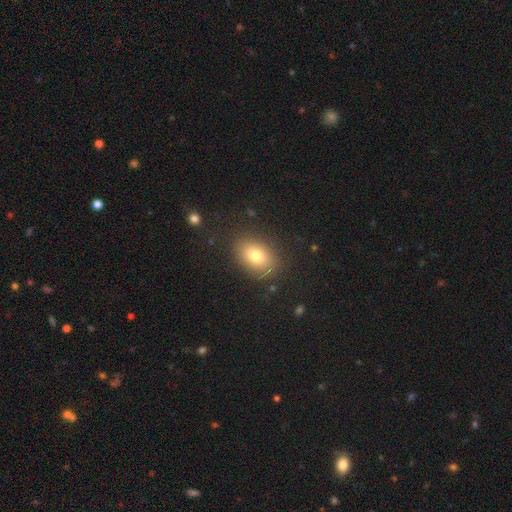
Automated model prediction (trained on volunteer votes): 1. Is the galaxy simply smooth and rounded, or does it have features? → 77% smooth, 12% featured or disk, 11% star or artifact.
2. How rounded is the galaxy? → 75% in between, 24% round, 1% cigar-shaped.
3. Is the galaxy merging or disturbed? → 85% none, 10% minor disturbance, 4% major disturbance, 1% merger.